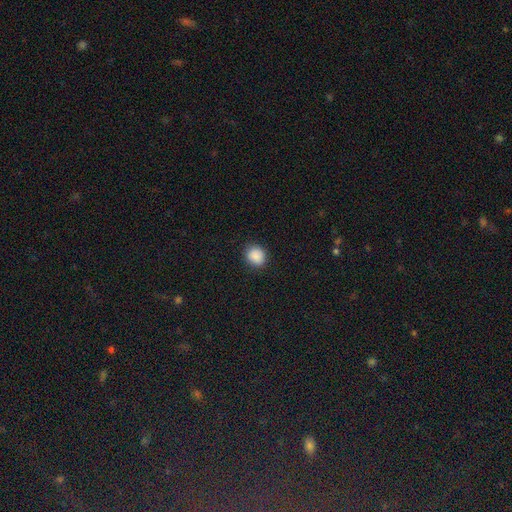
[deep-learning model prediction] Morphology: type=smooth (89%); roundness=round (67%); merging=none (87%).